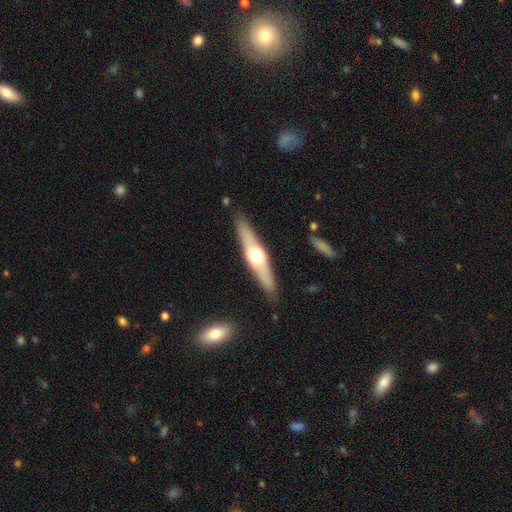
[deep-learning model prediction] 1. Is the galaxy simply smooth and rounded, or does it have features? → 62% featured or disk, 33% smooth, 5% star or artifact.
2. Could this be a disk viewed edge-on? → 93% yes, 7% no.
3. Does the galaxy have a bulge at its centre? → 93% rounded, 4% boxy, 3% none.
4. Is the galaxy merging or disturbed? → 88% none, 9% minor disturbance, 2% major disturbance, 2% merger.